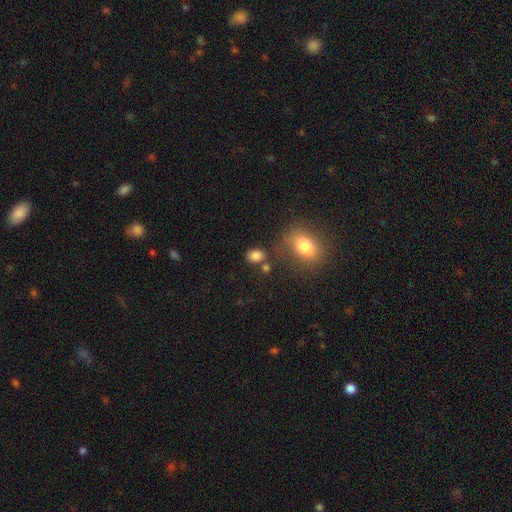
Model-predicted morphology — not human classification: The model was most divided on "how rounded": in between: 59%, round: 40%, cigar-shaped: 2%. More confident: smooth or featured — smooth (83%); merging — none (73%).